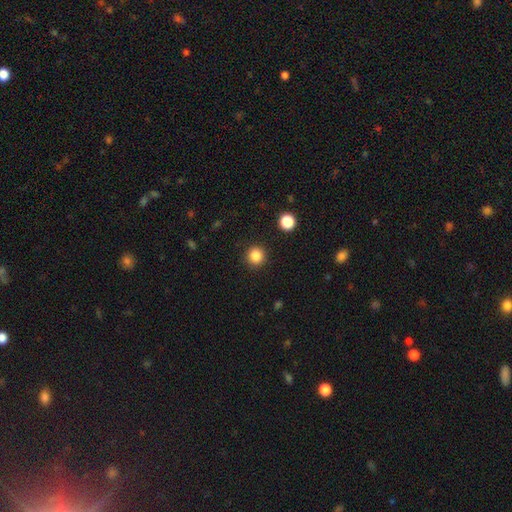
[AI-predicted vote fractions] This is clearly a smooth galaxy (85%). How rounded: clearly round (94%). Merging: clearly none (91%).